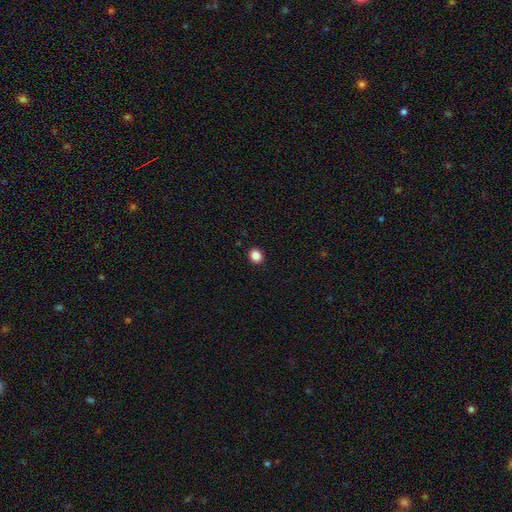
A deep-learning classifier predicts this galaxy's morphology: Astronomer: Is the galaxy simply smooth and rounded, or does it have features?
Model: smooth — 87%.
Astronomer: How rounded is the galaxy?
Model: round — 77%.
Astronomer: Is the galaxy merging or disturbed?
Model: none — 92%.